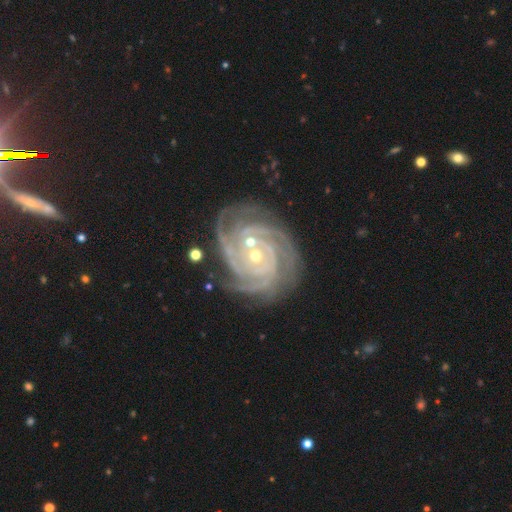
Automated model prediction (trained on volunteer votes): Overall: featured or disk (92%). Edge-on disk: no (98%). Bar: no (67%). Spiral arms: yes (99%). Spiral arm count: 4 (38%; 3 29%). Spiral winding: tight (81%). Bulge size: small (61%; moderate 35%). Merging: none (67%).